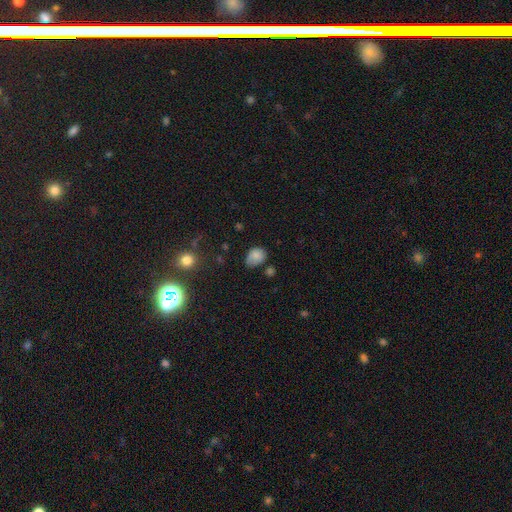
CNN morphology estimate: A smooth galaxy with no disk features (79%) that is in between round and cigar-shaped (66%).

Vote fractions:
- Smooth or featured? smooth: 79% / star or artifact: 11% / featured or disk: 10%
- How rounded? in between: 66% / round: 33% / cigar-shaped: 1%
- Merging? none: 50% / minor disturbance: 36% / major disturbance: 10% / merger: 4%